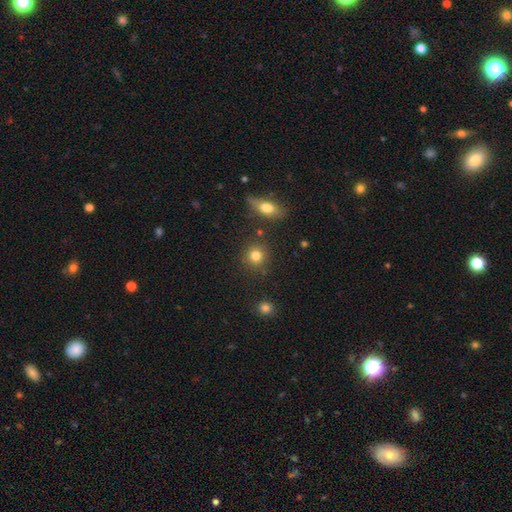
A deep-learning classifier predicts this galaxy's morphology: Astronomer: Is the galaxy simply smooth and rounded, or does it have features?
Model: smooth — 82%.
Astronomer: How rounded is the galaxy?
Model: round — 89%.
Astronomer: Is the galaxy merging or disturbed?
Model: none — 84%.